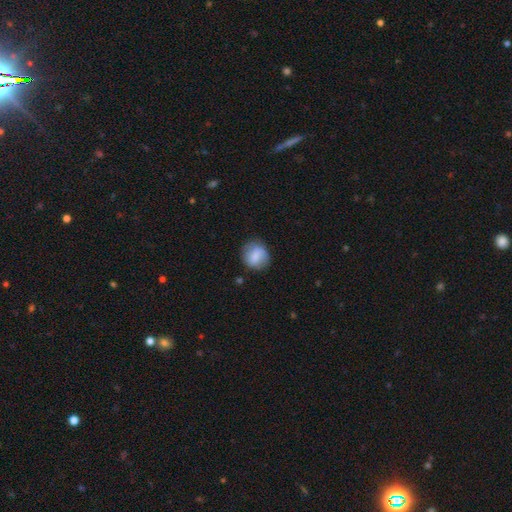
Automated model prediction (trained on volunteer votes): A smooth galaxy with no disk features (77%) that is round (79%). Merging: none (74%).